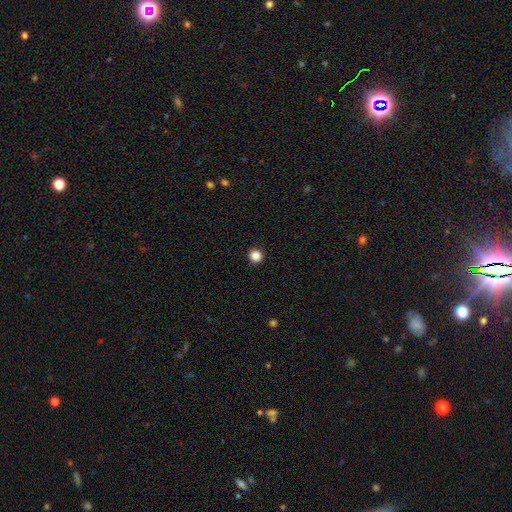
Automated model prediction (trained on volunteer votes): Smooth or featured?
  - smooth: 86% *
  - star or artifact: 11%
  - featured or disk: 2%
How rounded?
  - round: 96% *
  - in between: 3%
  - cigar-shaped: 1%
Merging?
  - none: 93% *
  - minor disturbance: 4%
  - major disturbance: 2%
  - merger: 1%